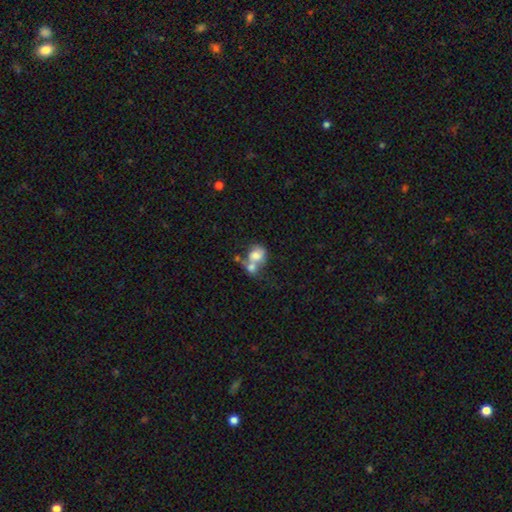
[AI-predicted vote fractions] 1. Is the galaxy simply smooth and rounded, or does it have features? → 71% smooth, 20% featured or disk, 9% star or artifact.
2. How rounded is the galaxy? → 50% in between, 49% round, 1% cigar-shaped.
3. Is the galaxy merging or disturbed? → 65% merger, 20% none, 9% minor disturbance, 7% major disturbance.